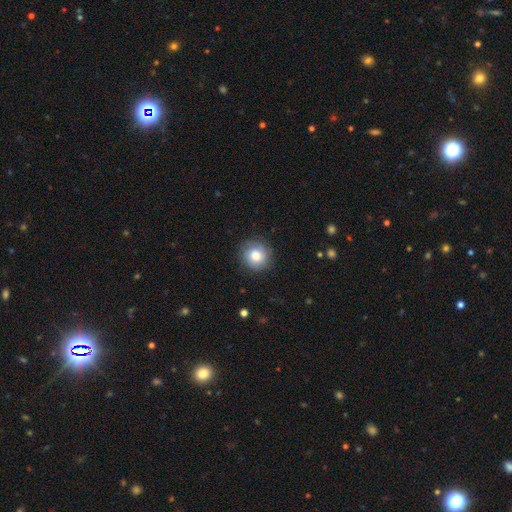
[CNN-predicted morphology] A smooth galaxy with no disk features (82%) that is round (92%).

Vote fractions:
- Smooth or featured? smooth: 82% / featured or disk: 9% / star or artifact: 9%
- How rounded? round: 92% / in between: 7% / cigar-shaped: 1%
- Merging? none: 87% / minor disturbance: 9% / major disturbance: 3% / merger: 1%